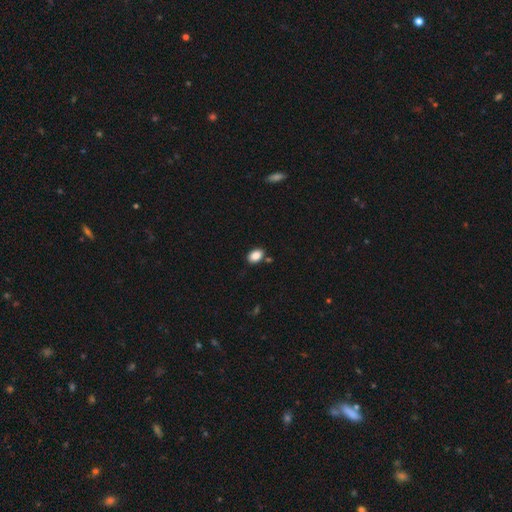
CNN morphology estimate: Q: Smooth or featured?
A: smooth (87%); runner-up: star or artifact (9%)
Q: How rounded?
A: in between (86%); runner-up: round (13%)
Q: Merging?
A: none (80%); runner-up: minor disturbance (12%)